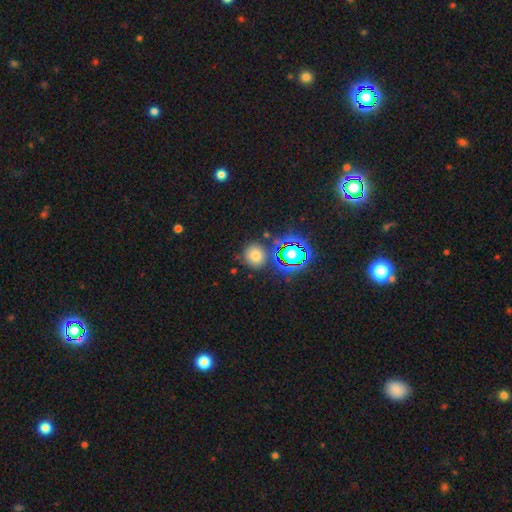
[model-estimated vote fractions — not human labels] Q: Smooth or featured?
A: smooth (66%); runner-up: star or artifact (25%)
Q: How rounded?
A: round (86%); runner-up: in between (12%)
Q: Merging?
A: none (79%); runner-up: minor disturbance (10%)